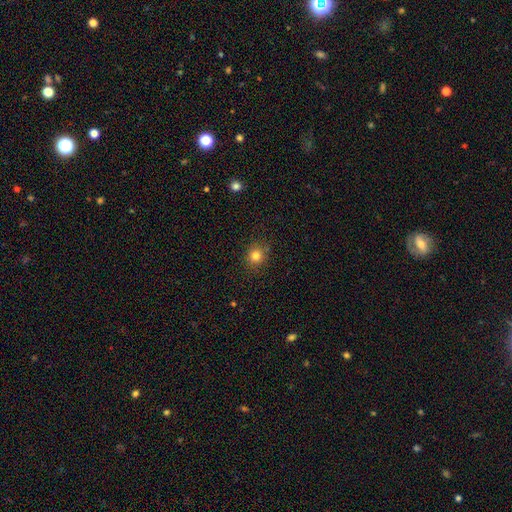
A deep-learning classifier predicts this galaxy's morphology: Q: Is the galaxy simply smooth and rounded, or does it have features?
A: smooth — 80%.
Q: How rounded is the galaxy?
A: round — 83%.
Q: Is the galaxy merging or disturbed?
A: none — 86%.